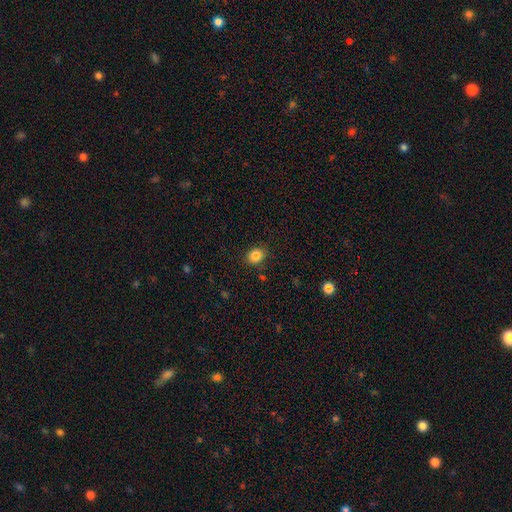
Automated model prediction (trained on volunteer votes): The model was most divided on "how rounded": round: 53%, in between: 47%, cigar-shaped: 1%. More confident: merging — none (86%); smooth or featured — smooth (85%).